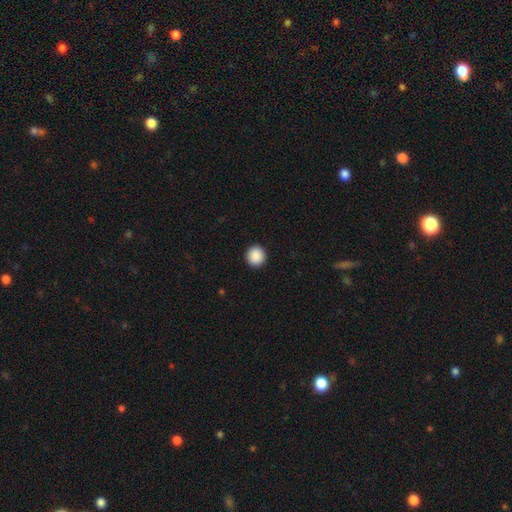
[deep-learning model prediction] Smooth or featured: smooth — 89% (star or artifact — 8%)
How rounded: round — 94% (in between — 5%)
Merging: none — 93% (minor disturbance — 4%)